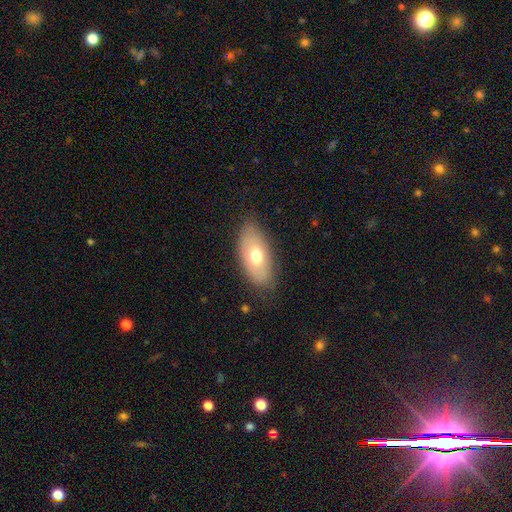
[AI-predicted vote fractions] Q: Smooth or featured?
A: smooth (63%); runner-up: featured or disk (30%)
Q: How rounded?
A: in between (91%); runner-up: cigar-shaped (4%)
Q: Merging?
A: none (77%); runner-up: minor disturbance (17%)